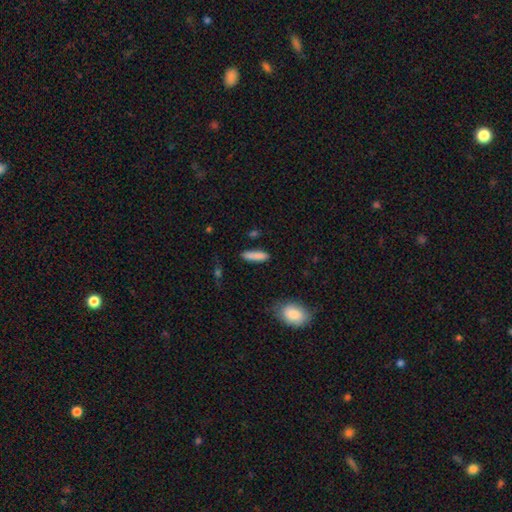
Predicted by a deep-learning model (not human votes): A smooth galaxy with no disk features (86%) that is cigar-shaped (71%).

Vote fractions:
- Smooth or featured? smooth: 86% / featured or disk: 8% / star or artifact: 7%
- How rounded? cigar-shaped: 71% / in between: 27% / round: 2%
- Merging? none: 86% / minor disturbance: 10% / major disturbance: 2% / merger: 2%